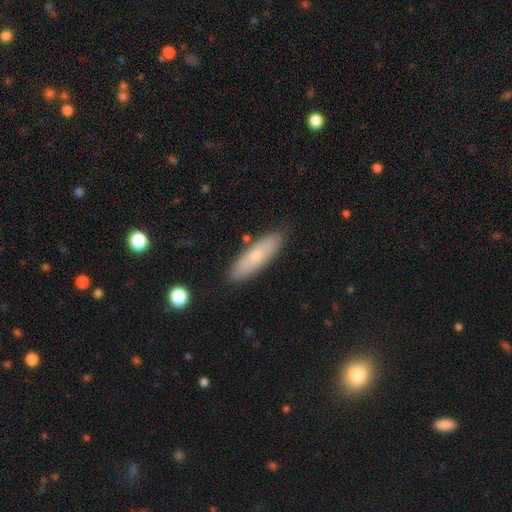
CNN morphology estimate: Smooth or featured?
  - smooth: 61% *
  - featured or disk: 33%
  - star or artifact: 6%
How rounded?
  - cigar-shaped: 50% *
  - in between: 48%
  - round: 2%
Merging?
  - none: 85% *
  - minor disturbance: 11%
  - merger: 2%
  - major disturbance: 2%